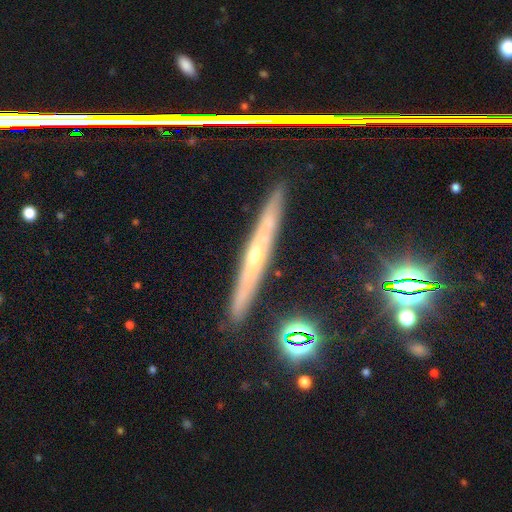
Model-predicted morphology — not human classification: Smooth or featured: featured or disk — 68% (smooth — 19%)
Edge-on disk: yes — 94% (no — 6%)
Edge-on bulge: rounded — 62% (none — 34%)
Merging: none — 88% (minor disturbance — 8%)